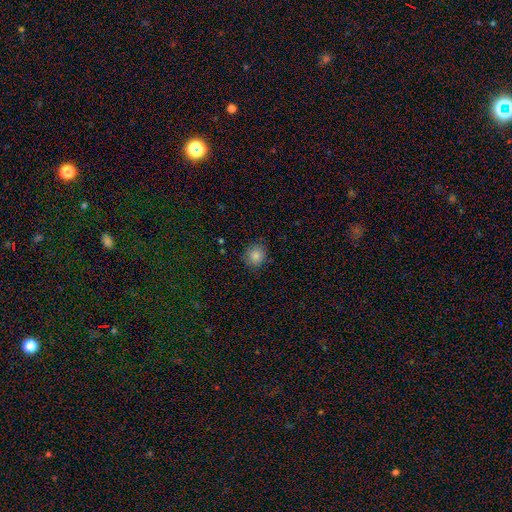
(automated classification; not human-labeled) A smooth galaxy with no disk features (85%) that is round (85%).

Vote fractions:
- Smooth or featured? smooth: 85% / star or artifact: 10% / featured or disk: 5%
- How rounded? round: 85% / in between: 14% / cigar-shaped: 1%
- Merging? none: 84% / minor disturbance: 12% / major disturbance: 3% / merger: 1%